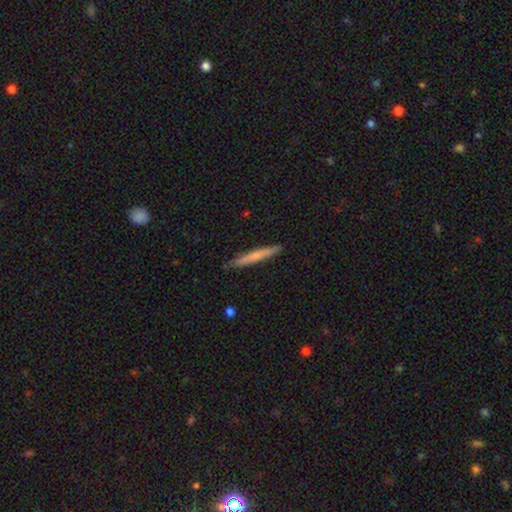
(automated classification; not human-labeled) Overall: smooth (58%; featured or disk 36%). How rounded: cigar-shaped (96%). Merging: none (88%).